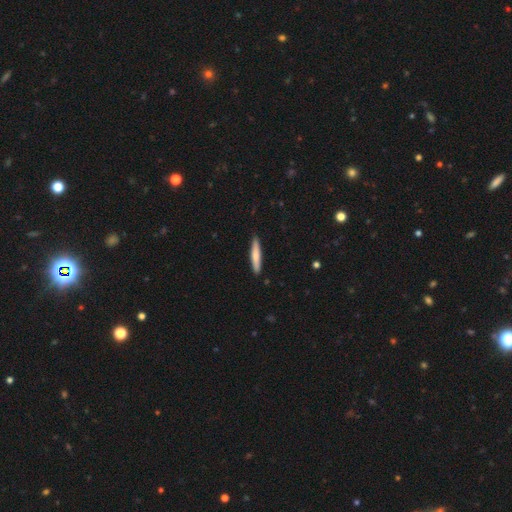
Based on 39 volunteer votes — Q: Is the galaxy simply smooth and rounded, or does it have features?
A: smooth — 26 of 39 (67%).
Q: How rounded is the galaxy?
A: cigar-shaped — 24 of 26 (92%).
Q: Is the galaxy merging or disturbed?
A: none — 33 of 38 (87%).